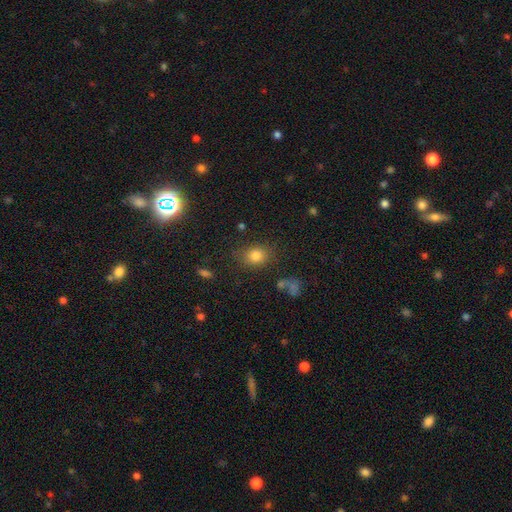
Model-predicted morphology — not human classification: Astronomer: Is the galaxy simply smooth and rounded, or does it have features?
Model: smooth — 80%.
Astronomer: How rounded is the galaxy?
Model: round — 53% (runner-up: in between, 46%).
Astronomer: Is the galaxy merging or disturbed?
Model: none — 77%.